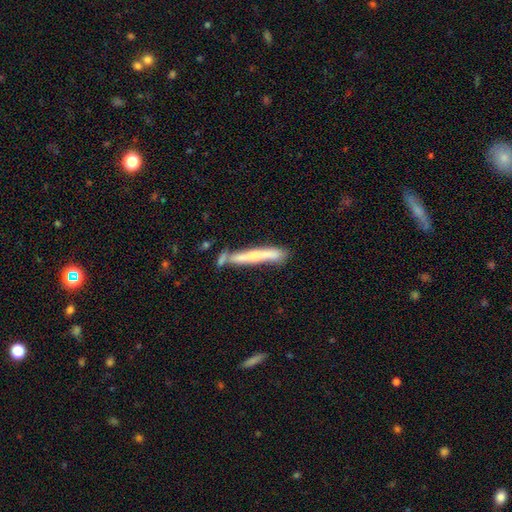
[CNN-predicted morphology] A smooth galaxy with no disk features (52%) that is cigar-shaped (96%).

Vote fractions:
- Smooth or featured? smooth: 52% / featured or disk: 41% / star or artifact: 7%
- How rounded? cigar-shaped: 96% / in between: 3% / round: 1%
- Merging? none: 62% / minor disturbance: 19% / merger: 13% / major disturbance: 6%